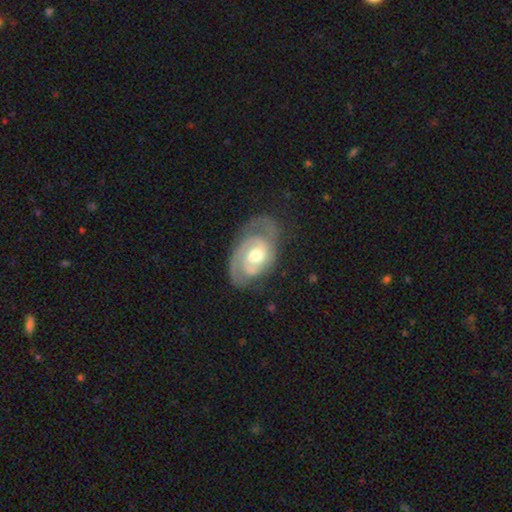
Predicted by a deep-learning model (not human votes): Smooth or featured: featured or disk — 84% (smooth — 11%)
Edge-on disk: no — 96% (yes — 4%)
Bar: no — 57% (weak — 36%)
Spiral arms: yes — 94% (no — 6%)
Spiral winding: tight — 56% (medium — 34%)
Spiral arm count: 2 — 59% (can't tell — 15%)
Bulge size: moderate — 70% (small — 16%)
Merging: none — 62% (minor disturbance — 23%)